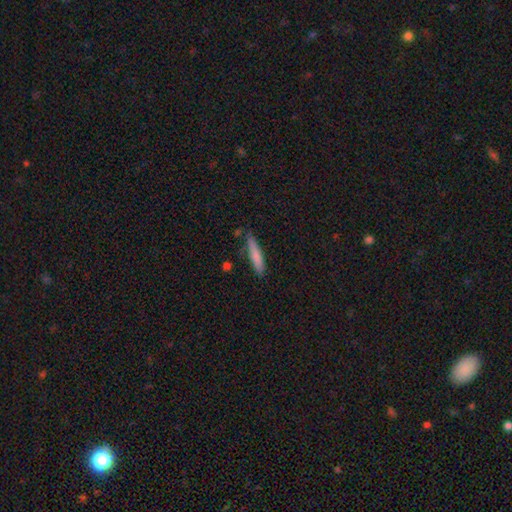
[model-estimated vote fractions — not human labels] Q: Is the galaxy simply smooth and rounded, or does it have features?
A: smooth — 79%.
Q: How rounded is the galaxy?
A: cigar-shaped — 86%.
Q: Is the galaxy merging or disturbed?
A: none — 78%.